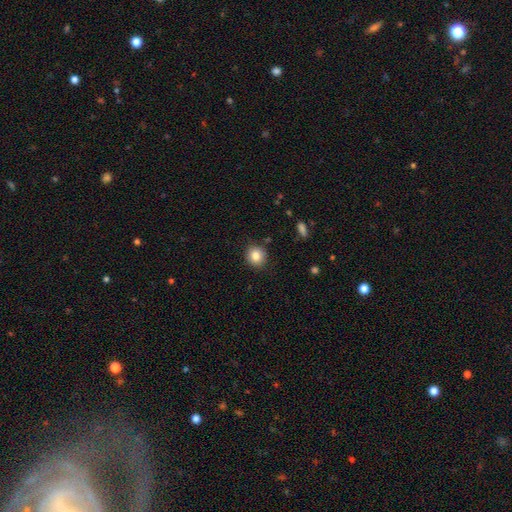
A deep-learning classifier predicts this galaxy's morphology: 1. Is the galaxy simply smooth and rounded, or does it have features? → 83% smooth, 10% star or artifact, 7% featured or disk.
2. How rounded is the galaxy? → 87% round, 12% in between, 1% cigar-shaped.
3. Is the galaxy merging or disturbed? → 88% none, 9% minor disturbance, 2% major disturbance, 2% merger.